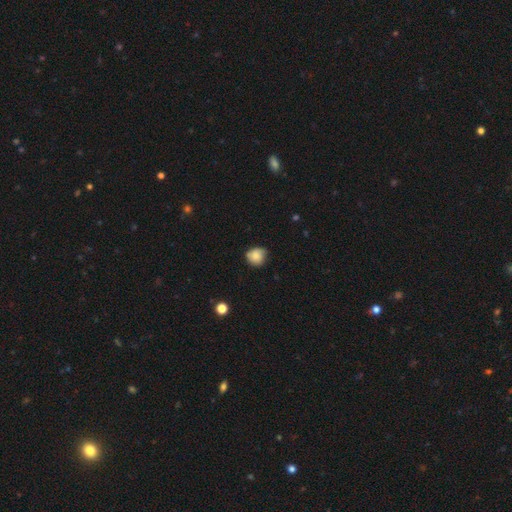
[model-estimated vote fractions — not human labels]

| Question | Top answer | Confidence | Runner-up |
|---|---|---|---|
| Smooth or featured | smooth | 81% | featured or disk (10%) |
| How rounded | round | 81% | in between (18%) |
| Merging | none | 65% | minor disturbance (30%) |